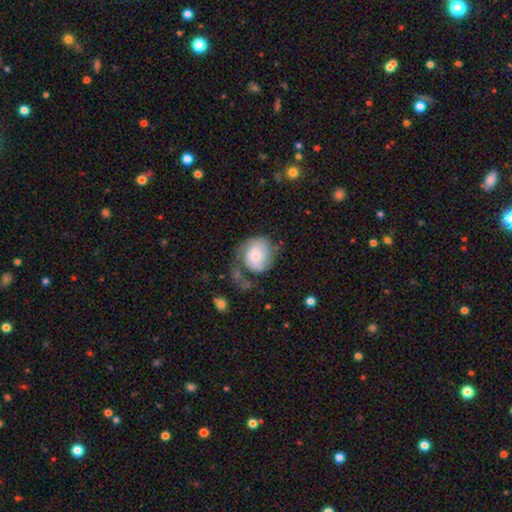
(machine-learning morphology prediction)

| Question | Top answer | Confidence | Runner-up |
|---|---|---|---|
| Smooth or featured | featured or disk | 64% | smooth (30%) |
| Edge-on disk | no | 98% | yes (2%) |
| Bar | no | 74% | weak (22%) |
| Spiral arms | yes | 87% | no (13%) |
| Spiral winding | tight | 50% | medium (33%) |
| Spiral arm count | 2 | 47% | can't tell (21%) |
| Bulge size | small | 58% | moderate (31%) |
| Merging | none | 36% | major disturbance (34%) |